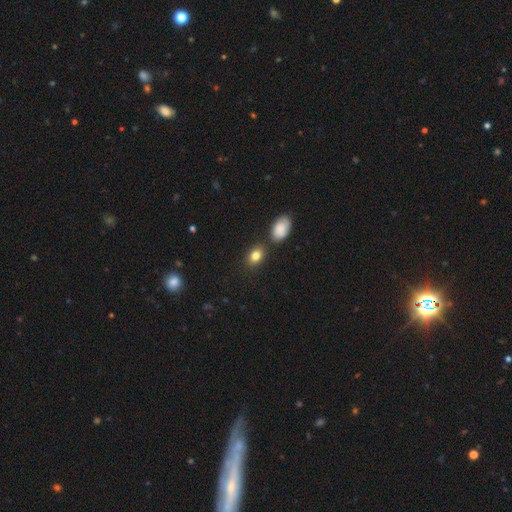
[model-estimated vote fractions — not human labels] This is clearly a smooth galaxy (82%). How rounded: likely in between (74%). Merging: likely none (74%).